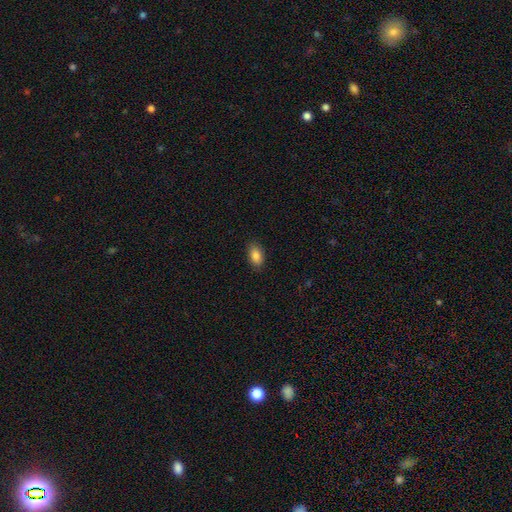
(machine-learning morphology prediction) smooth_or_featured: smooth (p=0.87) [alt: star or artifact p=0.07]
how_rounded: in between (p=0.92) [alt: round p=0.05]
merging: none (p=0.87) [alt: minor disturbance p=0.10]